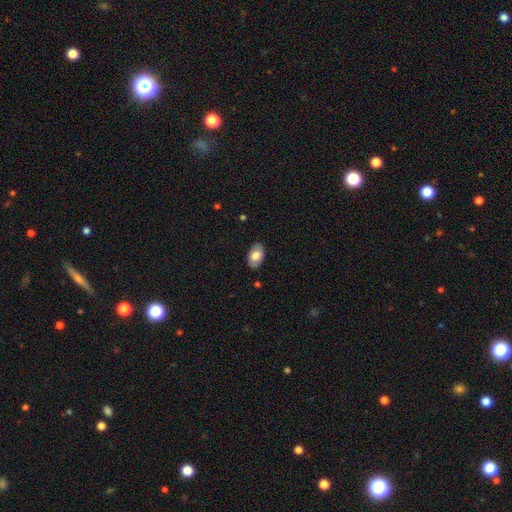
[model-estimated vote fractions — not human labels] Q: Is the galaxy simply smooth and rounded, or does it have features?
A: smooth — 74%.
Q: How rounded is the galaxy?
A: in between — 92%.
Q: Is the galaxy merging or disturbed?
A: none — 85%.